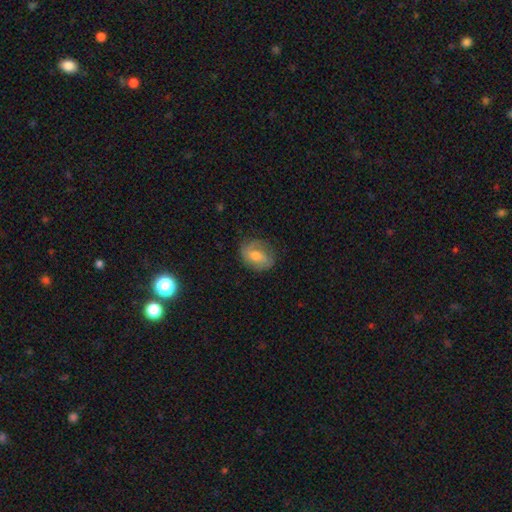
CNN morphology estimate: smooth 49%, featured or disk 42%, star or artifact 9%. Down the decision tree: merging — none (71%).